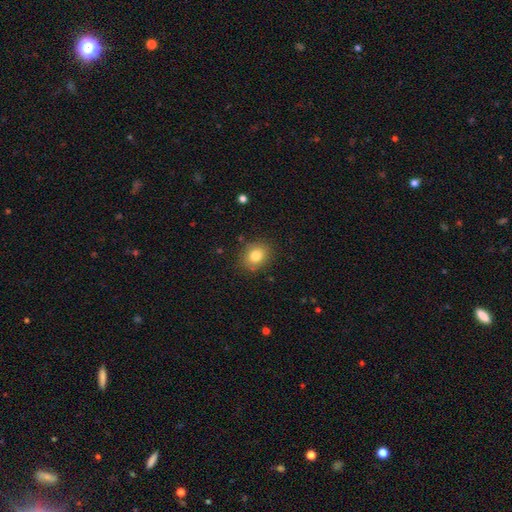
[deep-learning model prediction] Smooth or featured?
  - smooth: 82% *
  - star or artifact: 10%
  - featured or disk: 8%
How rounded?
  - round: 56% *
  - in between: 43%
  - cigar-shaped: 1%
Merging?
  - none: 85% *
  - minor disturbance: 11%
  - major disturbance: 3%
  - merger: 1%